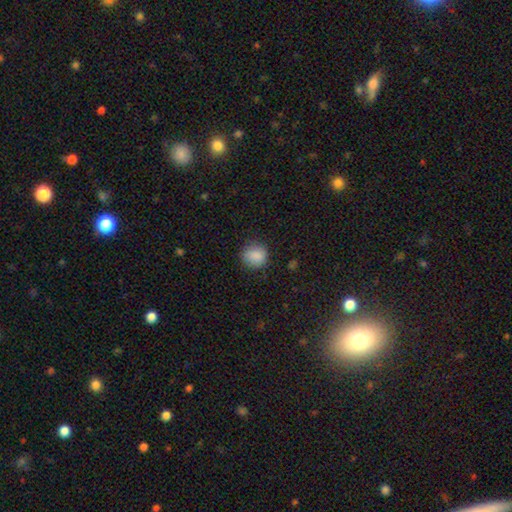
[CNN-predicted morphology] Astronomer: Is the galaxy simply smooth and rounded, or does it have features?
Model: smooth — 87%.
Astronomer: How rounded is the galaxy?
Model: round — 87%.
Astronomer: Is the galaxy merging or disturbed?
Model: none — 84%.